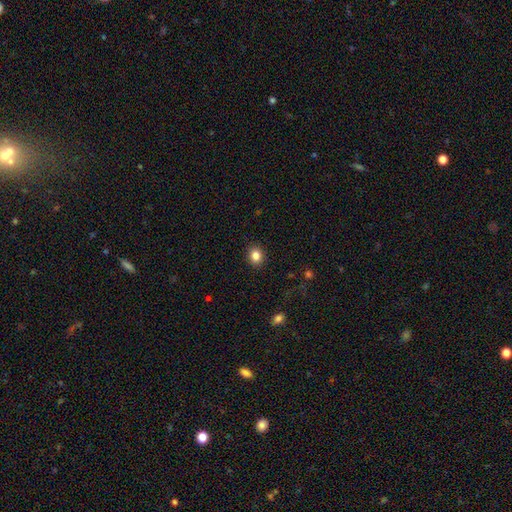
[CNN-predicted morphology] Smooth or featured?
  - smooth: 85% *
  - star or artifact: 10%
  - featured or disk: 5%
How rounded?
  - round: 64% *
  - in between: 35%
  - cigar-shaped: 1%
Merging?
  - none: 90% *
  - minor disturbance: 7%
  - major disturbance: 2%
  - merger: 1%